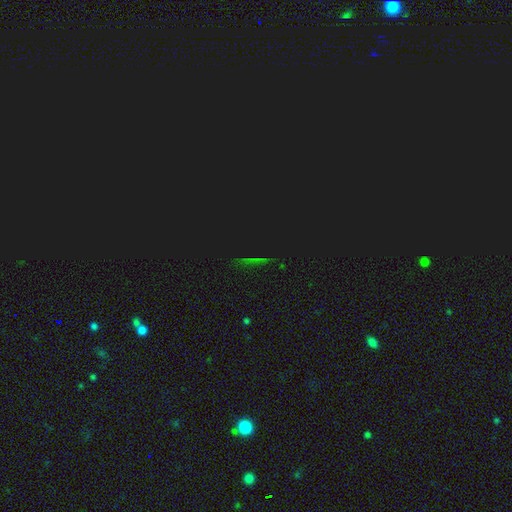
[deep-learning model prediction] Morphology: type=star or artifact (76%).